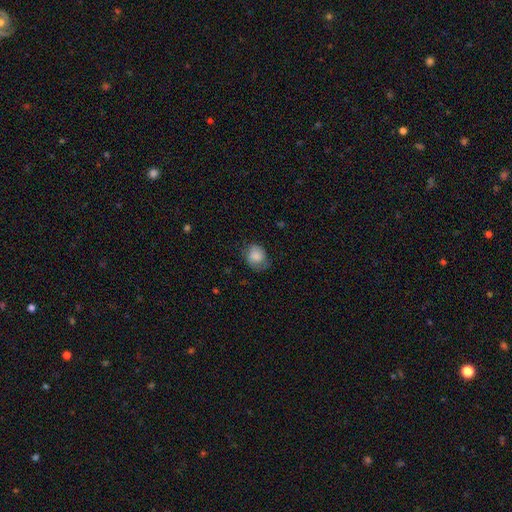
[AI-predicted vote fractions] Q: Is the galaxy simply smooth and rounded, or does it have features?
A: smooth — 71%.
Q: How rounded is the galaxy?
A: round — 57%.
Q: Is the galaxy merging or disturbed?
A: none — 58%.